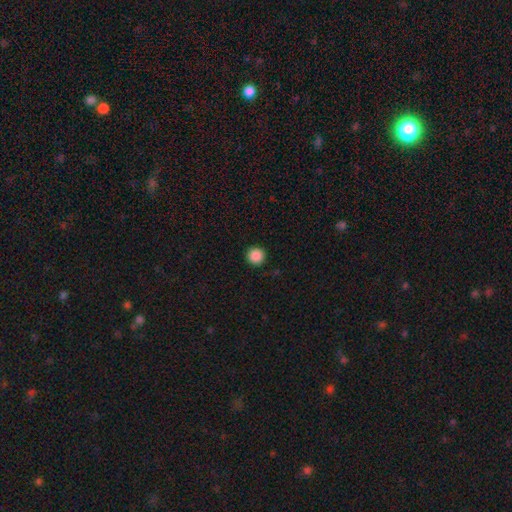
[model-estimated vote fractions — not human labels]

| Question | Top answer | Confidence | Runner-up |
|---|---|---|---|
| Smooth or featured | smooth | 89% | star or artifact (9%) |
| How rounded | round | 96% | in between (3%) |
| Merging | none | 92% | minor disturbance (5%) |